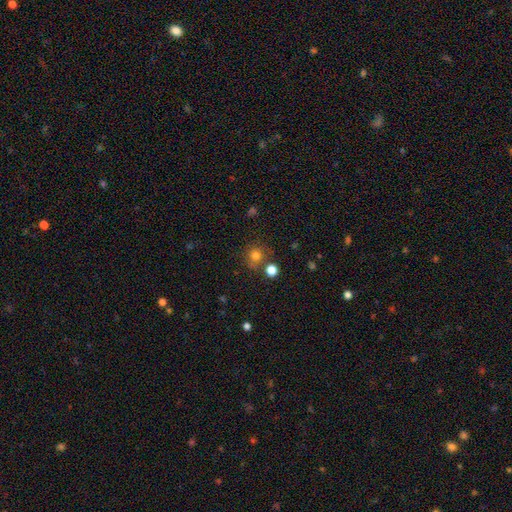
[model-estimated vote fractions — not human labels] smooth-or-featured: smooth: 78% | star or artifact: 15% | featured or disk: 7%
  how-rounded: round: 89% | in between: 10% | cigar-shaped: 1%
  merging: none: 71% | merger: 13% | minor disturbance: 11% | major disturbance: 4%